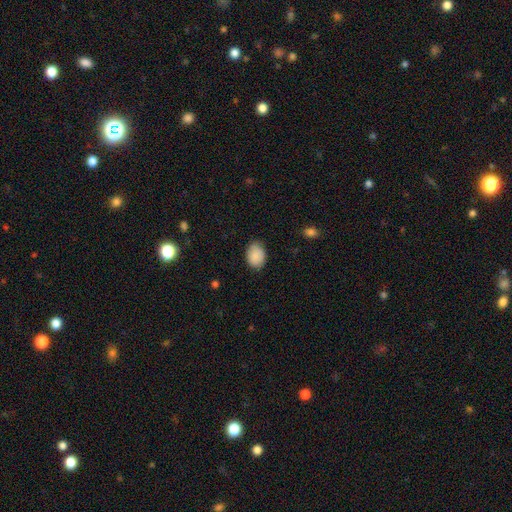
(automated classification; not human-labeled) Smooth or featured: smooth — 89% (star or artifact — 7%)
How rounded: in between — 73% (round — 26%)
Merging: none — 75% (minor disturbance — 20%)